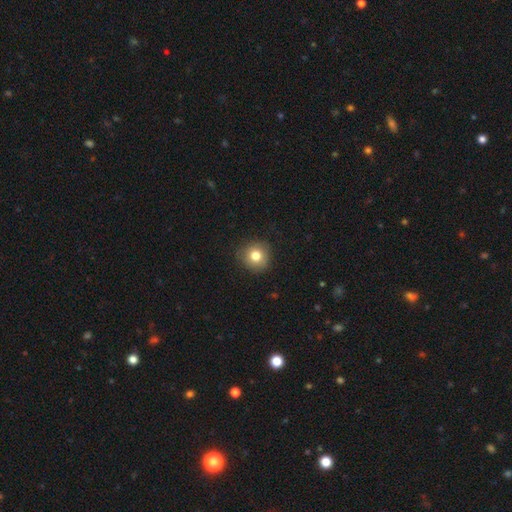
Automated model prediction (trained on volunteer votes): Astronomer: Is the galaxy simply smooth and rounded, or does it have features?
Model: smooth — 79%.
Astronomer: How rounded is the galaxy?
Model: round — 92%.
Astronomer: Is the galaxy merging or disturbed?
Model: none — 89%.